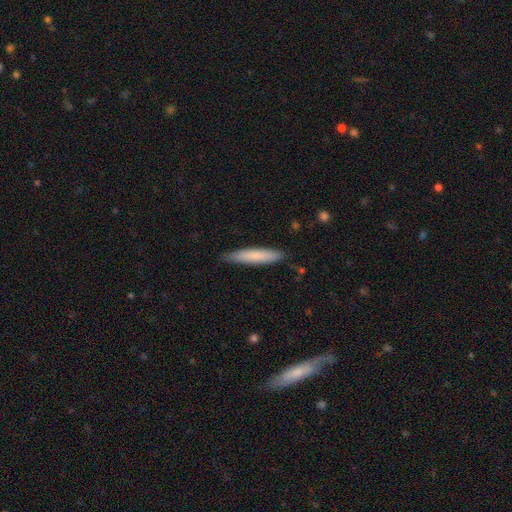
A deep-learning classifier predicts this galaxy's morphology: Overall: smooth (76%). How rounded: cigar-shaped (90%). Merging: none (85%).